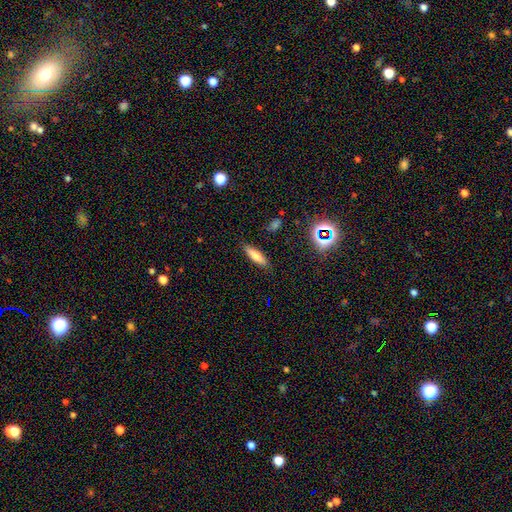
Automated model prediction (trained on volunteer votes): Morphology: type=smooth (71%); roundness=cigar-shaped (61%); merging=none (87%).